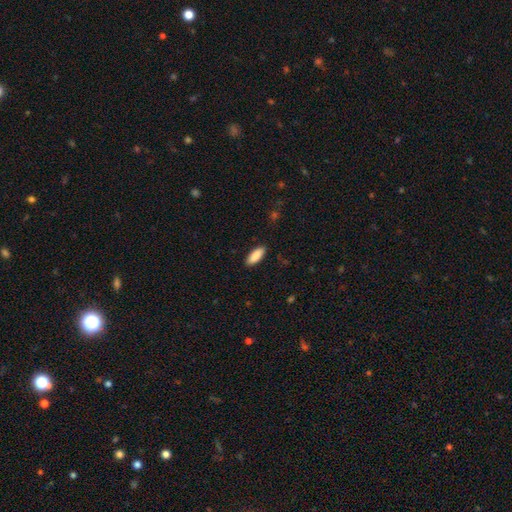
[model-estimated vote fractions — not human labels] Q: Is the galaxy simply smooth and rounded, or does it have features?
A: smooth — 89%.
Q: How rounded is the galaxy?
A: in between — 75%.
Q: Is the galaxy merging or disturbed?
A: none — 89%.